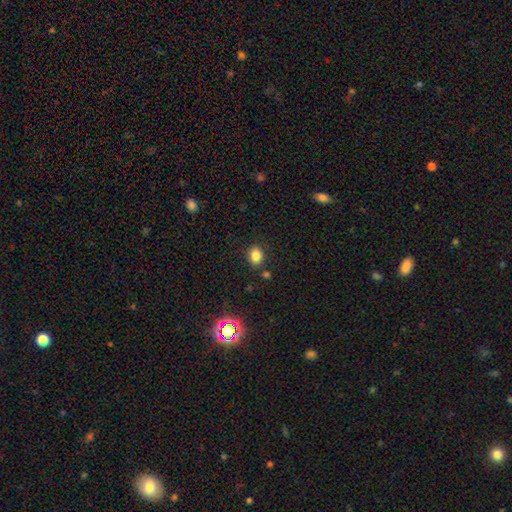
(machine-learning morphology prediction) Overall: smooth (81%). How rounded: round (50%; in between 49%). Merging: none (82%).